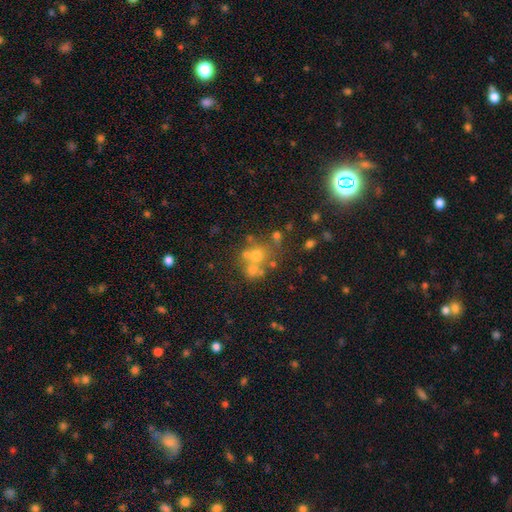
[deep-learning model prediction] smooth_or_featured: smooth (p=0.50) [alt: star or artifact p=0.26]
merging: none (p=0.47) [alt: merger p=0.39]